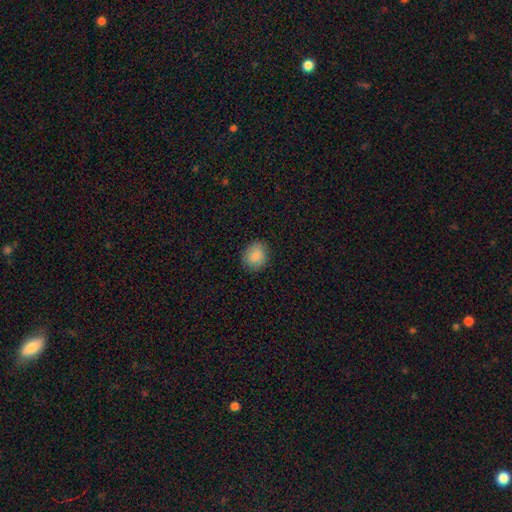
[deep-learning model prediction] This appears to be a smooth galaxy with no disk features (88%) that is round (62%). Merging: none (86%).